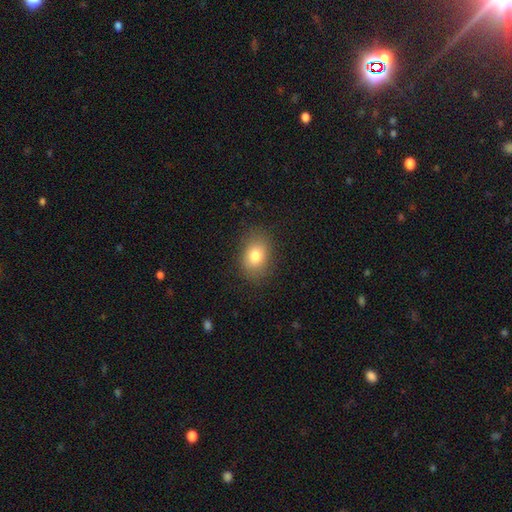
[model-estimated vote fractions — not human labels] Overall: smooth (79%). How rounded: in between (71%). Merging: none (83%).